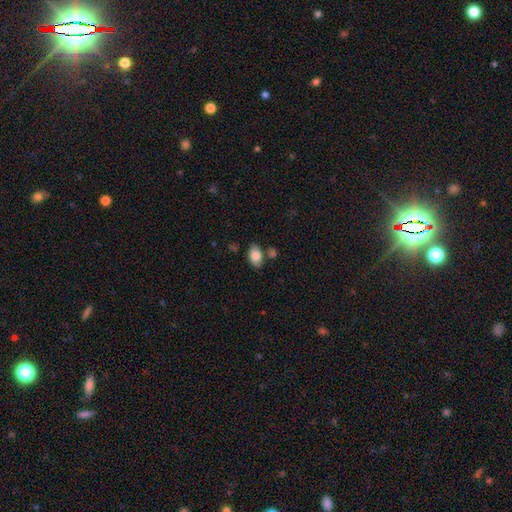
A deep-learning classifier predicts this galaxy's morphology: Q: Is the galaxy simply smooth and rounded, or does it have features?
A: smooth — 83%.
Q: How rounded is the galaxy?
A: in between — 89%.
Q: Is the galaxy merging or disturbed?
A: none — 68%.